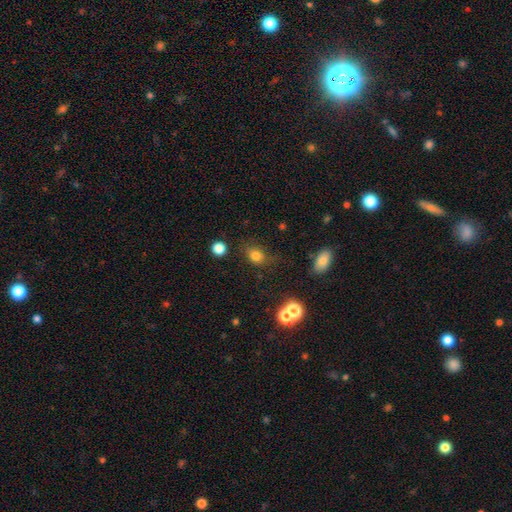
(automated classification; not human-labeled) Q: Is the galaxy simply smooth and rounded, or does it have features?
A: smooth — 79%.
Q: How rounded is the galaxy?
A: in between — 51%.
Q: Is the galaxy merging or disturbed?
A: none — 68%.